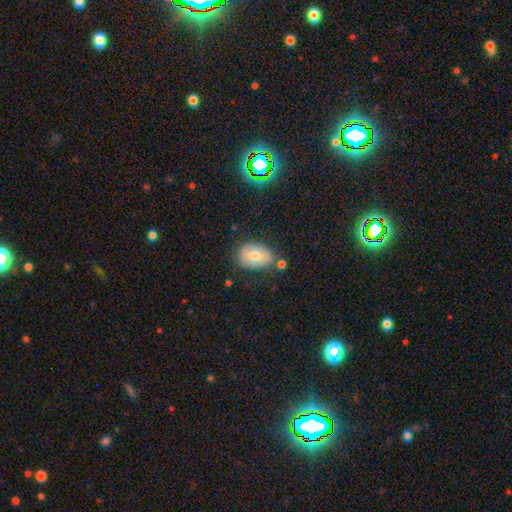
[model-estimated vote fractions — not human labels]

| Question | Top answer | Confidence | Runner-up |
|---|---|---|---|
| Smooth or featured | smooth | 66% | featured or disk (26%) |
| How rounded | in between | 79% | round (20%) |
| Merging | none | 64% | minor disturbance (23%) |